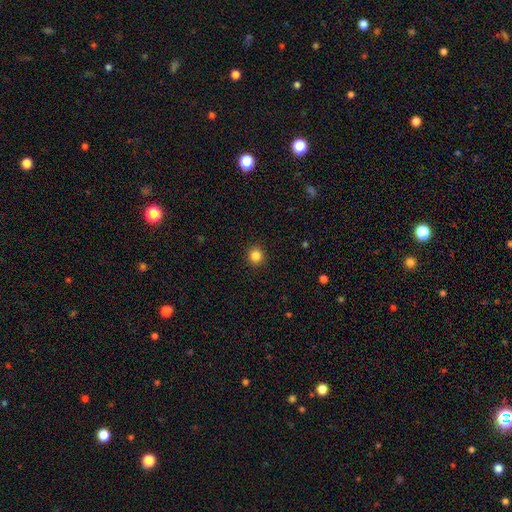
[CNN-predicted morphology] Q: Smooth or featured?
A: smooth (85%); runner-up: star or artifact (12%)
Q: How rounded?
A: round (92%); runner-up: in between (7%)
Q: Merging?
A: none (92%); runner-up: minor disturbance (5%)